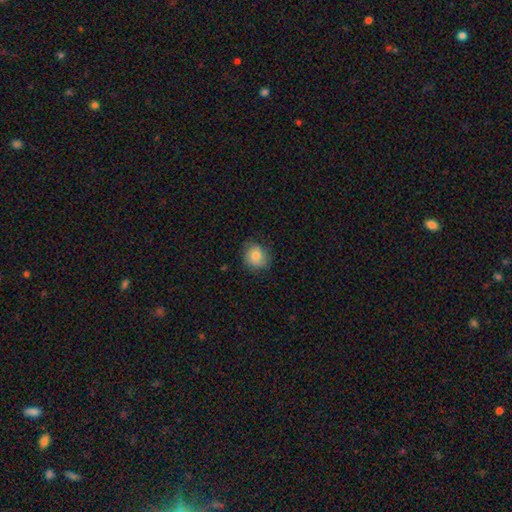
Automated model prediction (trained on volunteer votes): A smooth galaxy with no disk features (81%) that is round (77%).

Vote fractions:
- Smooth or featured? smooth: 81% / featured or disk: 11% / star or artifact: 8%
- How rounded? round: 77% / in between: 22% / cigar-shaped: 1%
- Merging? none: 76% / minor disturbance: 19% / major disturbance: 4% / merger: 1%